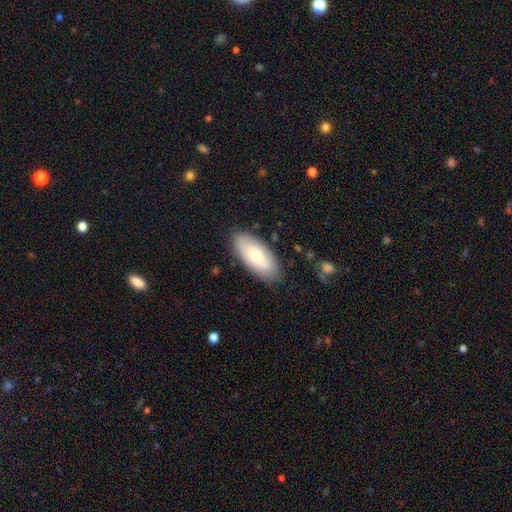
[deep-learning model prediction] Morphology: type=smooth (70%); roundness=in between (90%); merging=none (83%).